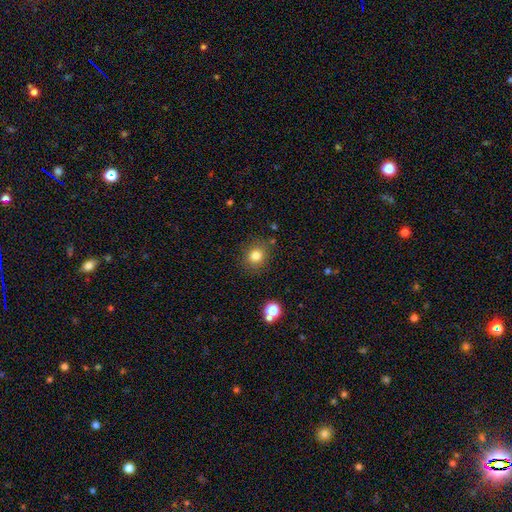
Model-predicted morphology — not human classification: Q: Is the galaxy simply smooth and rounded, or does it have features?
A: smooth — 81%.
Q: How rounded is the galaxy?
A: round — 79%.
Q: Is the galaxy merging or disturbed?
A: none — 82%.